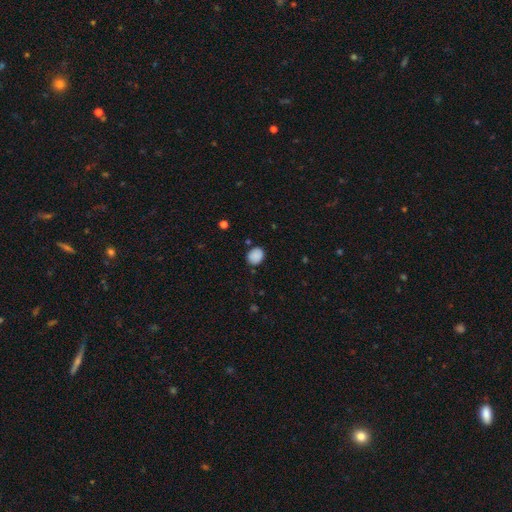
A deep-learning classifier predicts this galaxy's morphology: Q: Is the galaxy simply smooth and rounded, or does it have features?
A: smooth — 87%.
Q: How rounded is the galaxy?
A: round — 59%.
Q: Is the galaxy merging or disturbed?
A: none — 78%.